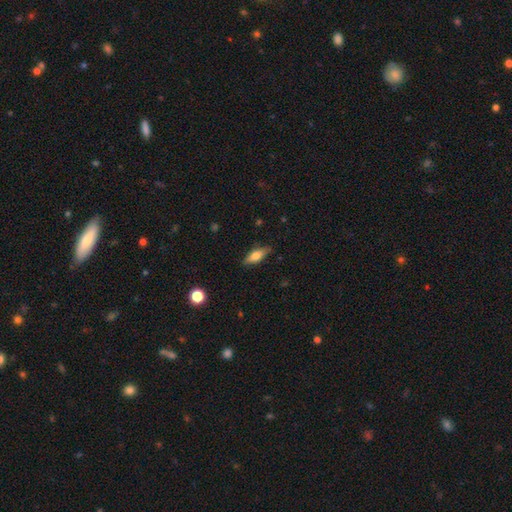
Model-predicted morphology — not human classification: The model was most divided on "how rounded": in between: 62%, cigar-shaped: 35%, round: 3%. More confident: merging — none (84%); smooth or featured — smooth (66%).